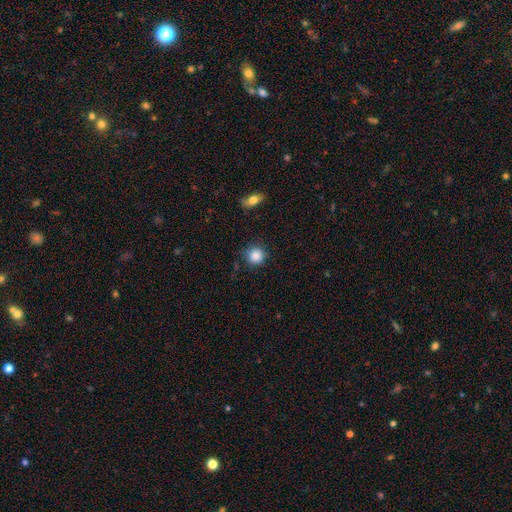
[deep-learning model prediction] Smooth or featured: smooth — 87% (star or artifact — 9%)
How rounded: round — 93% (in between — 6%)
Merging: none — 84% (minor disturbance — 11%)